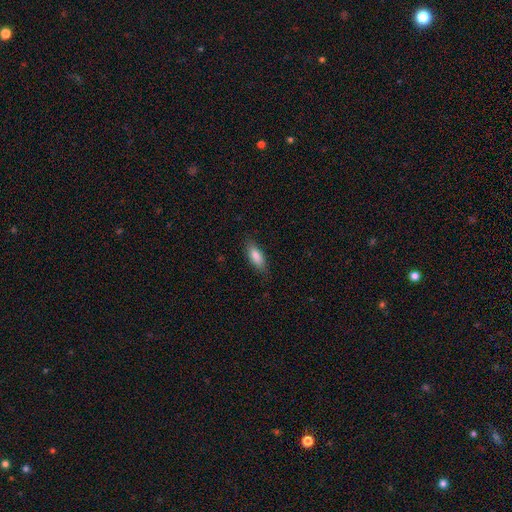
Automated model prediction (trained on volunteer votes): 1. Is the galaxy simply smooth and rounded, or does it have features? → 84% smooth, 10% featured or disk, 7% star or artifact.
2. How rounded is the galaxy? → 70% in between, 28% cigar-shaped, 2% round.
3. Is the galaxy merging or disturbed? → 83% none, 13% minor disturbance, 3% major disturbance, 1% merger.